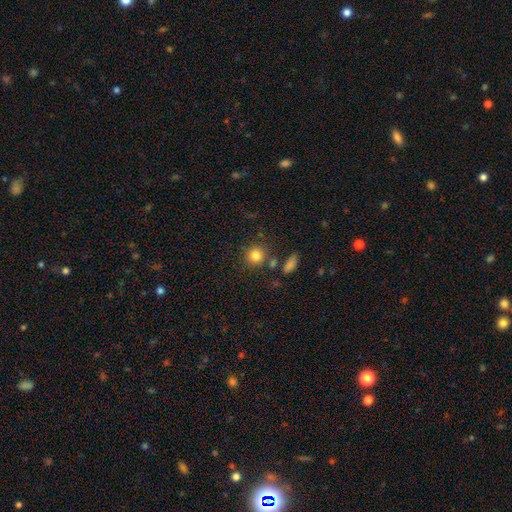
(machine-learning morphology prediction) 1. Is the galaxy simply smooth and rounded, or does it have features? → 83% smooth, 10% star or artifact, 7% featured or disk.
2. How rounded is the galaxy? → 89% round, 10% in between, 1% cigar-shaped.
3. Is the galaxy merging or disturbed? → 76% none, 10% minor disturbance, 9% merger, 4% major disturbance.